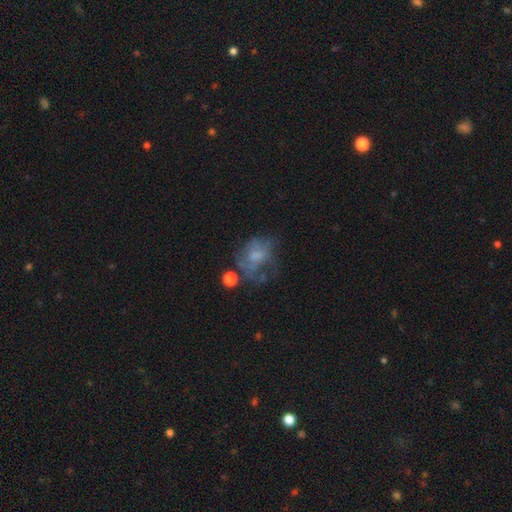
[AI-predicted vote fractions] Smooth or featured?
  - featured or disk: 45% *
  - smooth: 40%
  - star or artifact: 16%
Merging?
  - none: 37% *
  - major disturbance: 33%
  - minor disturbance: 22%
  - merger: 8%